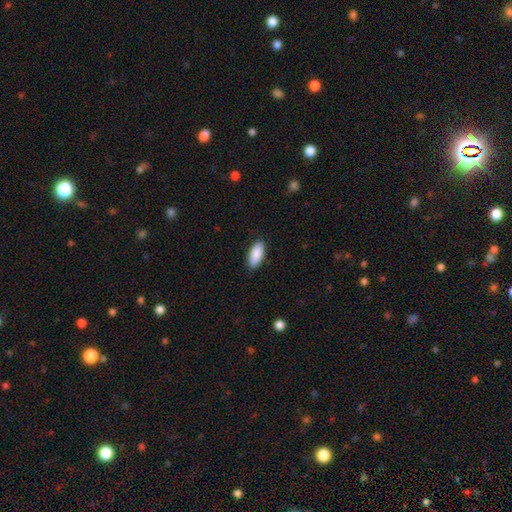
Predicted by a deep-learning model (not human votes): Smooth or featured? smooth (91%)
How rounded? in between (88%)
Merging? none (88%)